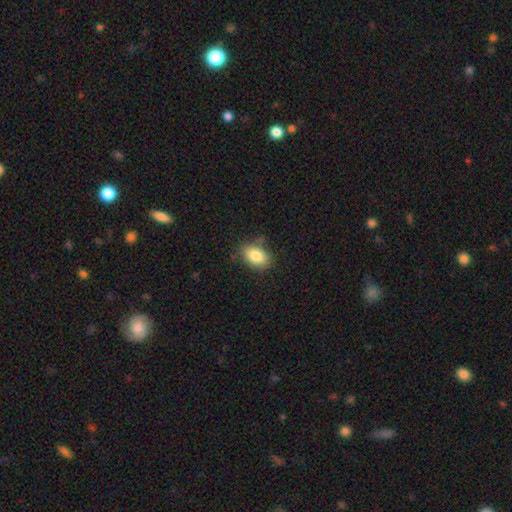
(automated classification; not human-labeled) This is clearly a smooth galaxy (84%). How rounded: clearly in between (88%). Merging: clearly none (80%).